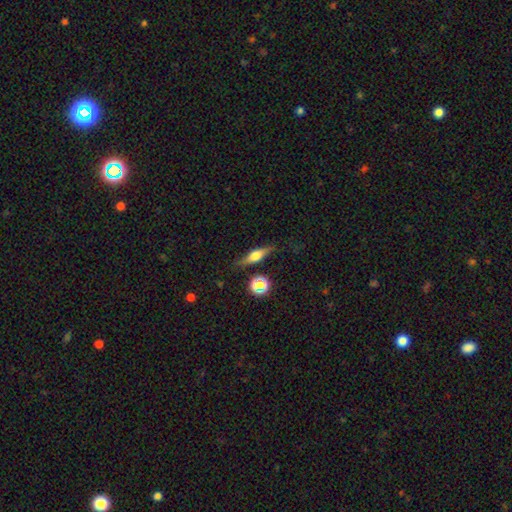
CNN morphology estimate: type=featured or disk (57%); edge-on=yes (91%); edge-on bulge=rounded (89%); merging=none (76%).